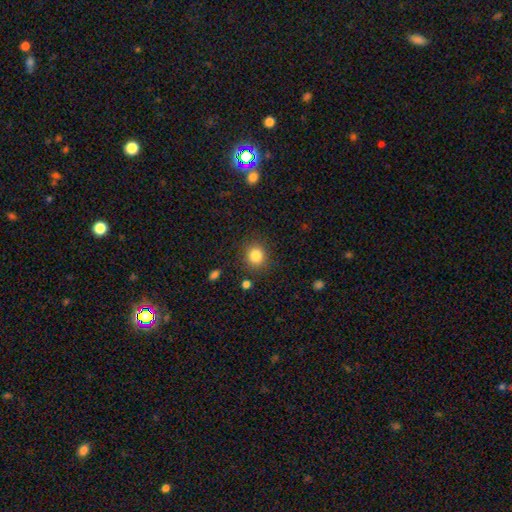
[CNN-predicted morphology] Smooth or featured: smooth — 84% (star or artifact — 11%)
How rounded: round — 87% (in between — 12%)
Merging: none — 86% (minor disturbance — 8%)